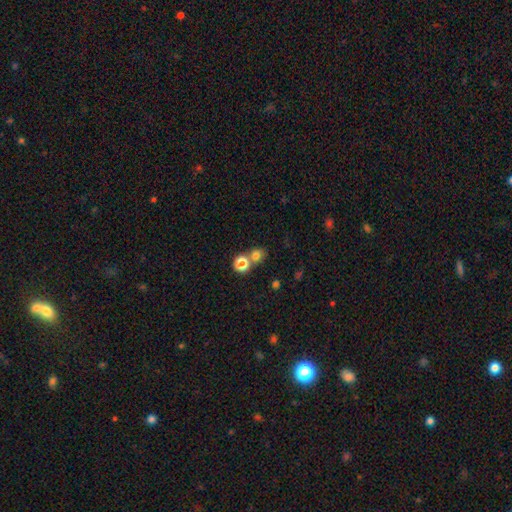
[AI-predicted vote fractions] A smooth galaxy with no disk features (75%) that is round (78%).

Vote fractions:
- Smooth or featured? smooth: 75% / star or artifact: 17% / featured or disk: 8%
- How rounded? round: 78% / in between: 21% / cigar-shaped: 1%
- Merging? none: 55% / merger: 33% / minor disturbance: 8% / major disturbance: 3%